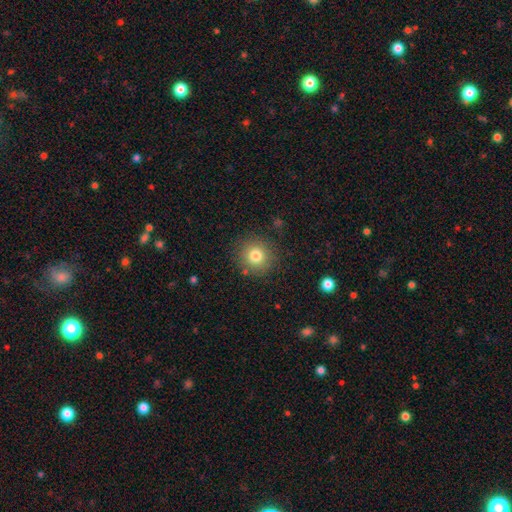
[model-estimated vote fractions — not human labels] smooth-or-featured: smooth: 79% | star or artifact: 12% | featured or disk: 9%
  how-rounded: round: 93% | in between: 6% | cigar-shaped: 1%
  merging: none: 87% | minor disturbance: 8% | major disturbance: 3% | merger: 2%